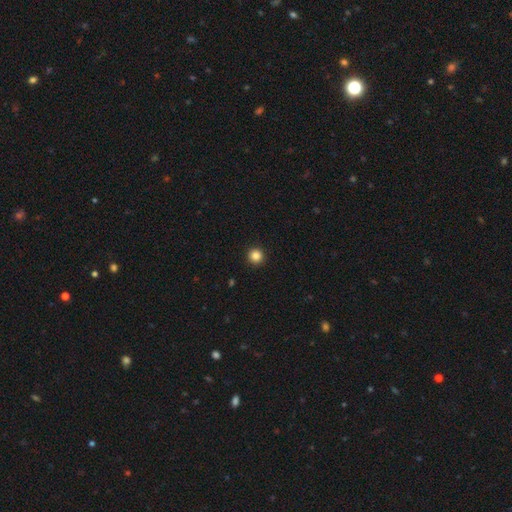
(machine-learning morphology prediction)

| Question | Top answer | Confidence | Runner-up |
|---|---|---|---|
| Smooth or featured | smooth | 85% | star or artifact (11%) |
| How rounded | round | 96% | in between (3%) |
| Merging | none | 94% | minor disturbance (4%) |